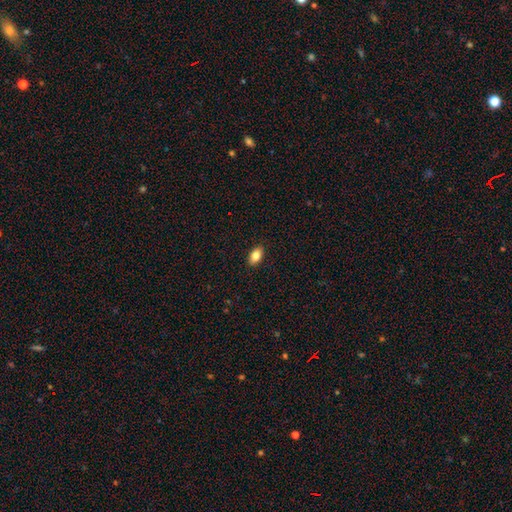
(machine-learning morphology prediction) type=smooth (83%); roundness=in between (90%); merging=none (90%).